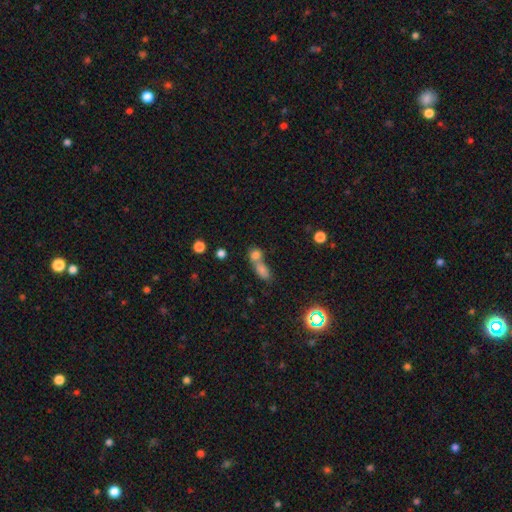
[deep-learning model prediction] smooth-or-featured: smooth: 76% | star or artifact: 14% | featured or disk: 11%
  how-rounded: round: 51% | in between: 44% | cigar-shaped: 5%
  merging: merger: 63% | none: 28% | minor disturbance: 6% | major disturbance: 4%